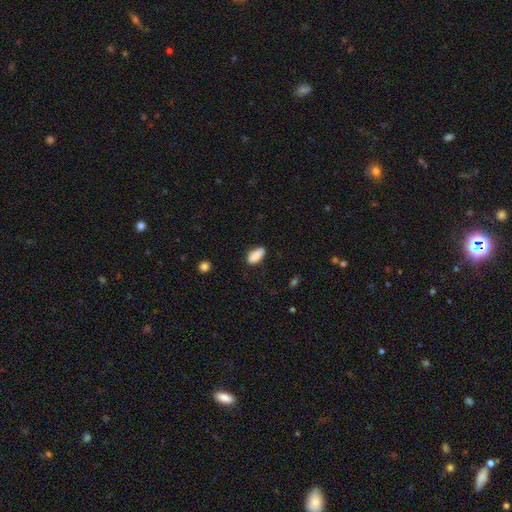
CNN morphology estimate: The model was most divided on "merging": none: 82%, minor disturbance: 14%, major disturbance: 3%, merger: 1%. More confident: smooth or featured — smooth (89%); how rounded — in between (85%).